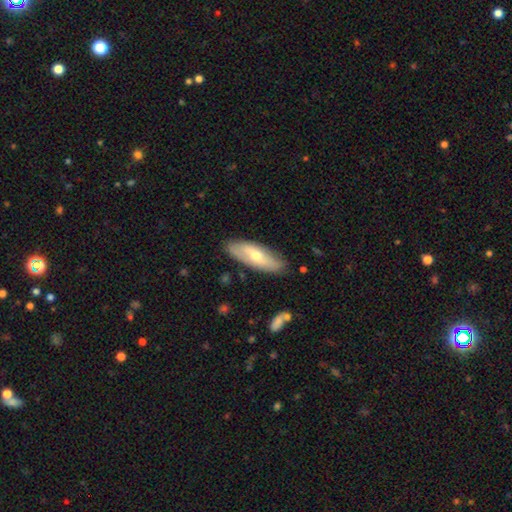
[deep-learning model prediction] smooth 51%, featured or disk 44%, star or artifact 6%. Down the decision tree: how rounded — in between (64%); merging — none (82%).